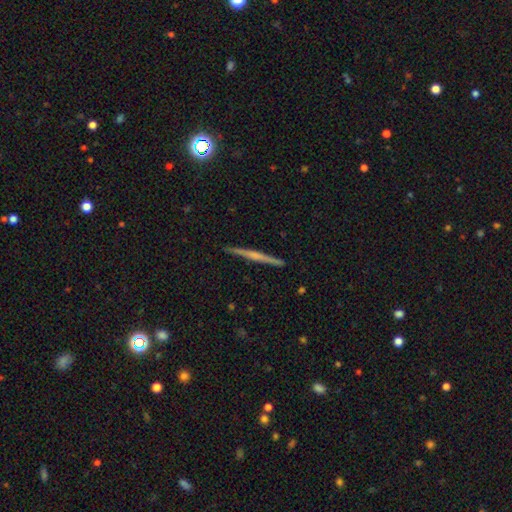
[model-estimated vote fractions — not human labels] featured or disk 65%, smooth 29%, star or artifact 6%. Down the decision tree: edge-on disk — yes (98%); edge-on bulge — none (46%); merging — none (92%).